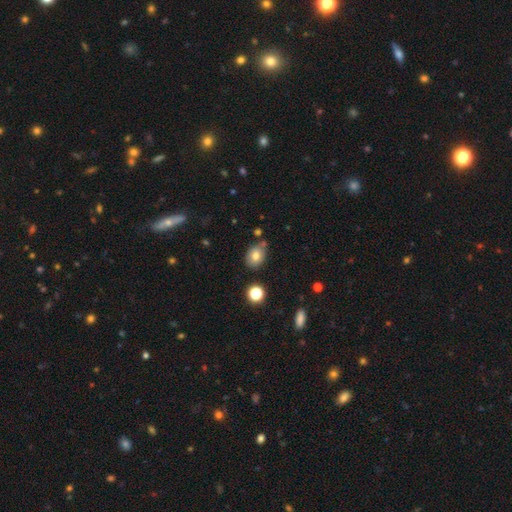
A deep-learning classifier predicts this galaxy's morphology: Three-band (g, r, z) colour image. It shows a smooth galaxy with no disk features (76%) that is in between round and cigar-shaped (68%). Merging: none (70%).